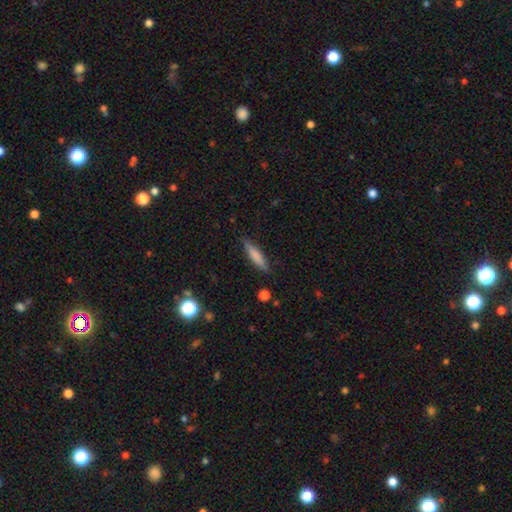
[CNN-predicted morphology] A smooth galaxy with no disk features (71%) that is cigar-shaped (82%). Merging: none (85%).